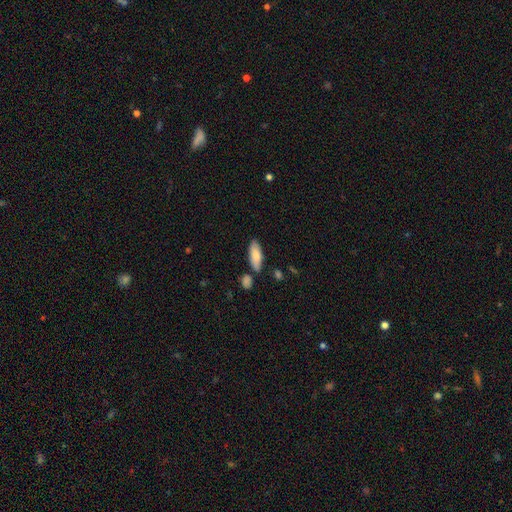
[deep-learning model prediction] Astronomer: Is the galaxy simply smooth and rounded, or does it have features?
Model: smooth — 78%.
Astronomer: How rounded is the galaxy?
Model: in between — 71%.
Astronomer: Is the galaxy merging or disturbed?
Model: none — 79%.